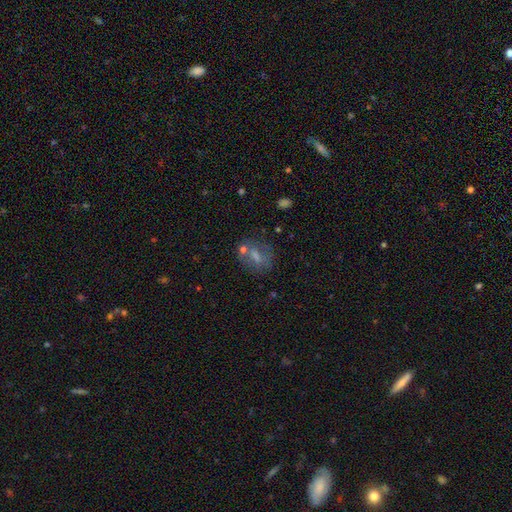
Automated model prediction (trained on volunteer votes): smooth-or-featured: smooth: 44% | featured or disk: 34% | star or artifact: 22%
  merging: none: 62% | minor disturbance: 15% | merger: 14% | major disturbance: 9%